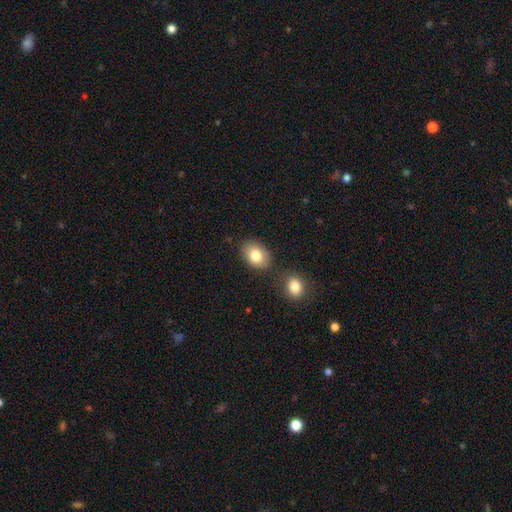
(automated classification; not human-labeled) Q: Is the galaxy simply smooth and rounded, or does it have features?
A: smooth — 81%.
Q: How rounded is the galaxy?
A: in between — 75%.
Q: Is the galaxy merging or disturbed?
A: none — 75%.